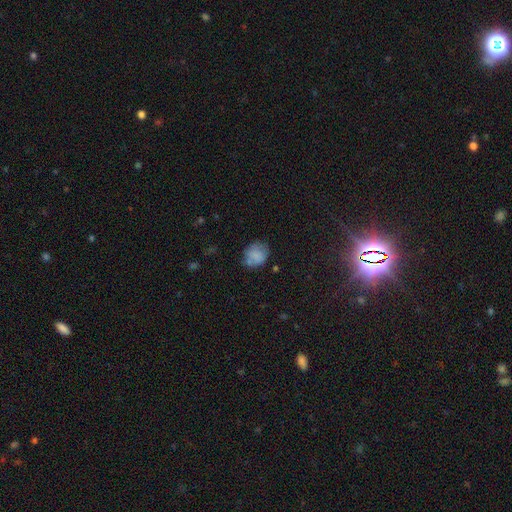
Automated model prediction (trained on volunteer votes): Overall: smooth (77%). How rounded: round (68%; in between 31%). Merging: none (63%; minor disturbance 24%).